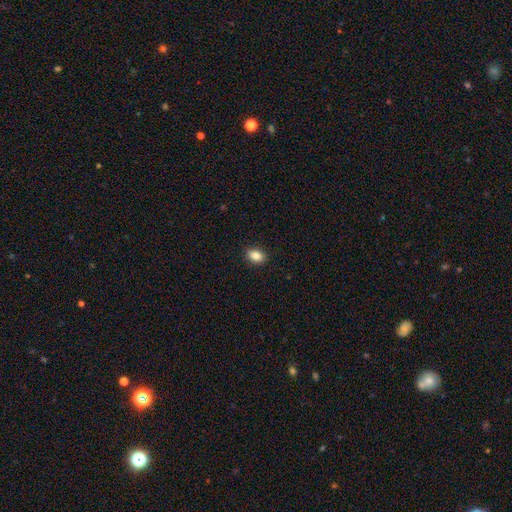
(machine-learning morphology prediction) smooth-or-featured: smooth: 86% | star or artifact: 9% | featured or disk: 5%
  how-rounded: in between: 78% | round: 21% | cigar-shaped: 1%
  merging: none: 91% | minor disturbance: 7% | major disturbance: 2% | merger: 1%